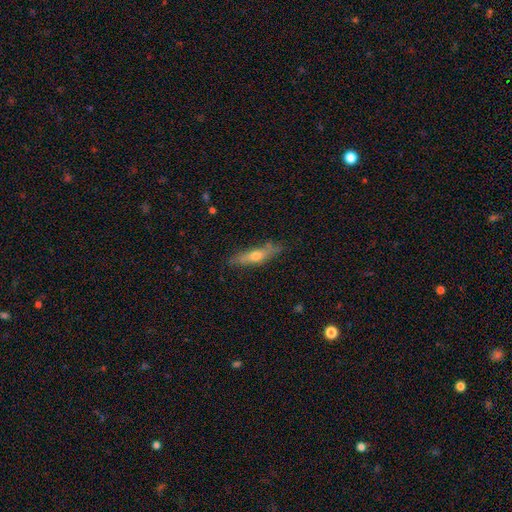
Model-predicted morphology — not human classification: smooth-or-featured: featured or disk: 55% | smooth: 38% | star or artifact: 7%
  disk-edge-on: yes: 87% | no: 13%
  merging: none: 83% | minor disturbance: 13% | major disturbance: 2% | merger: 1%